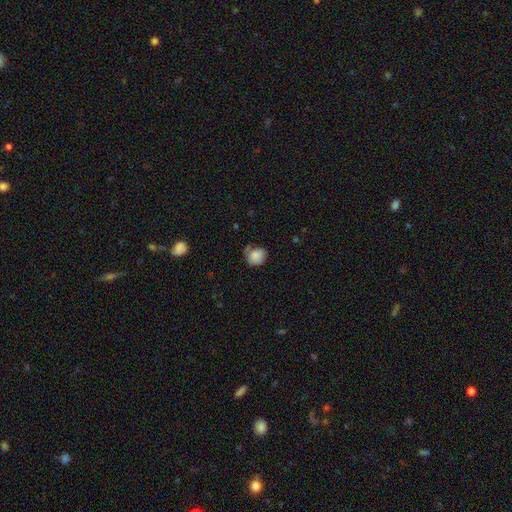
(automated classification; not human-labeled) smooth_or_featured: smooth (p=0.82) [alt: star or artifact p=0.09]
how_rounded: round (p=0.71) [alt: in between p=0.28]
merging: none (p=0.53) [alt: minor disturbance p=0.30]